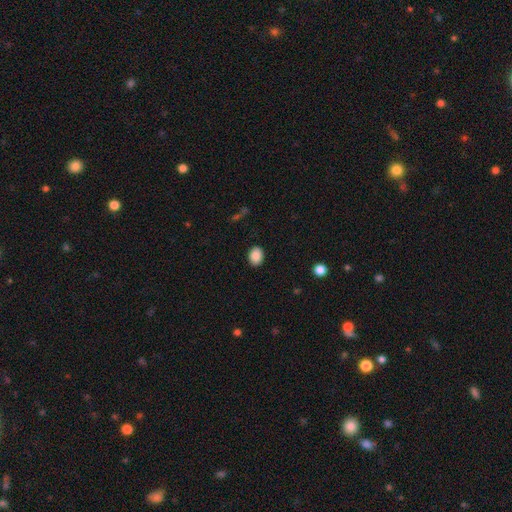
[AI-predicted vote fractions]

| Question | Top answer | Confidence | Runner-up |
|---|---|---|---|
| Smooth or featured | smooth | 88% | star or artifact (8%) |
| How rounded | in between | 63% | round (36%) |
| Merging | none | 89% | minor disturbance (8%) |